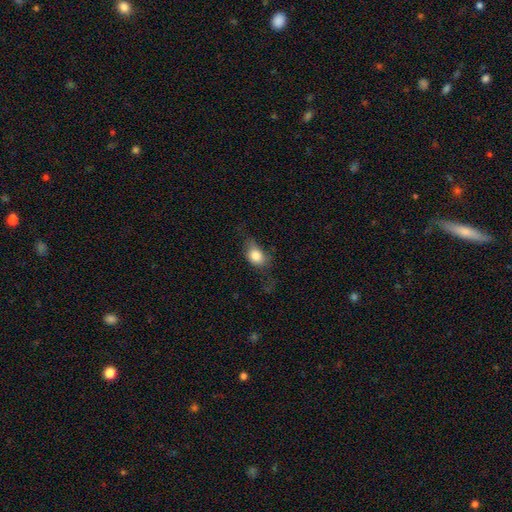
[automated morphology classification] Smooth or featured? Predicted: smooth (p=0.78). How rounded? Predicted: in between (p=0.61). Merging? Predicted: none (p=0.41).